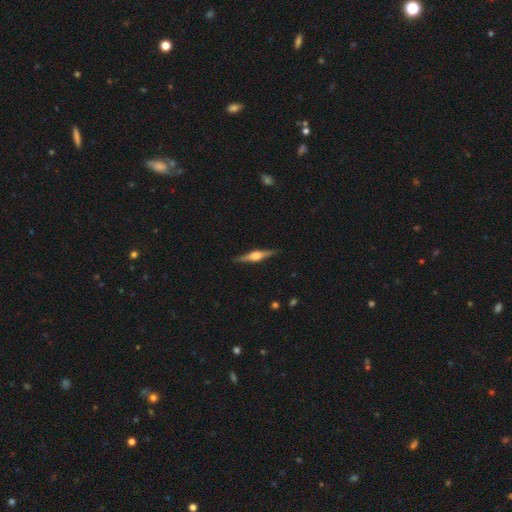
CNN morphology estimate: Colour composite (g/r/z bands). It shows a featured or disk galaxy (79%) viewed edge-on (98%) with a rounded central bulge (90%). Merging: none (90%).